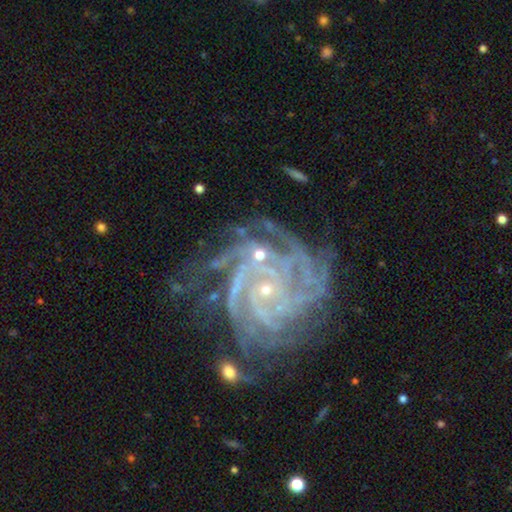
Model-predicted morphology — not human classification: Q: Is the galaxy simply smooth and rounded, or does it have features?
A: featured or disk — 84%.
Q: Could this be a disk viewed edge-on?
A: no — 98%.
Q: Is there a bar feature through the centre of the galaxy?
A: no — 74%.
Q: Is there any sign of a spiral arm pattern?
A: yes — 97%.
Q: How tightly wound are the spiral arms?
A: tight — 60%.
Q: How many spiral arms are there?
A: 3 — 24%.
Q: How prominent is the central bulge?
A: small — 77%.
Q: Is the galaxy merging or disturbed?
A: none — 45%.